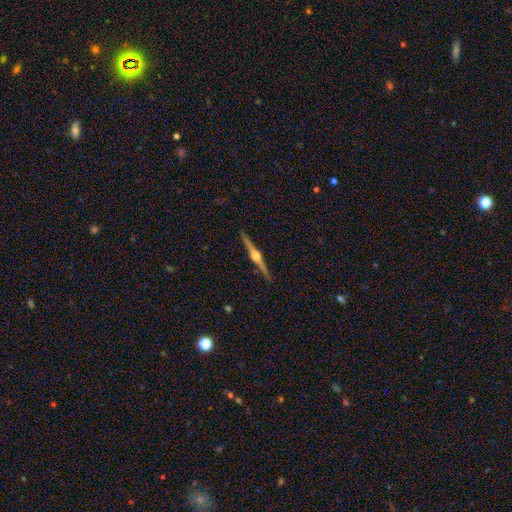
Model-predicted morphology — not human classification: featured or disk 86%, smooth 9%, star or artifact 5%. Down the decision tree: edge-on disk — yes (99%); edge-on bulge — rounded (95%); merging — none (92%).